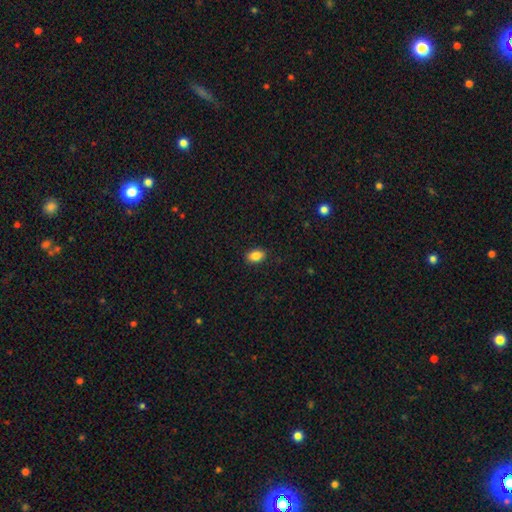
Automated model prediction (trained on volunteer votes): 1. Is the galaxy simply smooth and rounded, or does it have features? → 86% smooth, 9% star or artifact, 5% featured or disk.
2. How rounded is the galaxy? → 85% in between, 14% round, 2% cigar-shaped.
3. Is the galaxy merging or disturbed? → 89% none, 8% minor disturbance, 2% major disturbance, 1% merger.